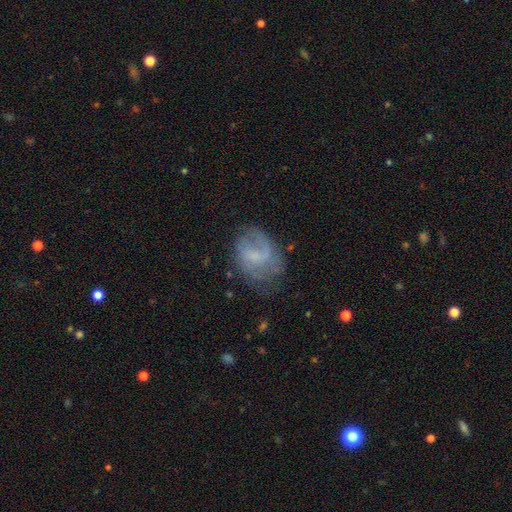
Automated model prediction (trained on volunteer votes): A featured or disk galaxy (55%) with a weak bar (47%), spiral arms (74%) and a small central bulge (40%).

Vote fractions:
- Smooth or featured? featured or disk: 55% / smooth: 35% / star or artifact: 10%
- Edge-on disk? no: 97% / yes: 3%
- Bar? weak: 47% / no: 42% / strong: 11%
- Spiral arms? yes: 74% / no: 26%
- Bulge size? small: 40% / none: 37% / moderate: 20% / large: 3% / dominant: 1%
- Merging? none: 56% / minor disturbance: 25% / major disturbance: 16% / merger: 2%